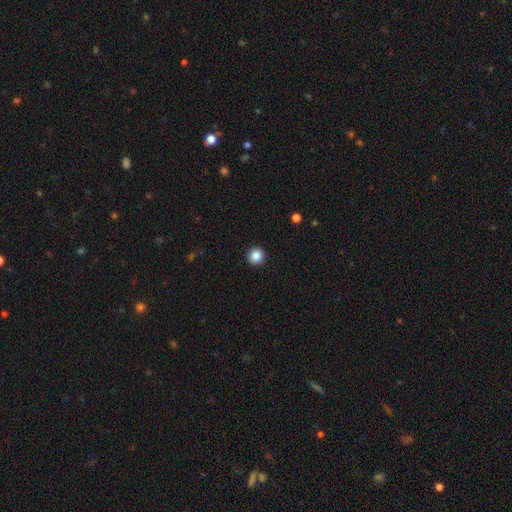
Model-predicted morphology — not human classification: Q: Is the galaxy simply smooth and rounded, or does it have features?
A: smooth — 86%.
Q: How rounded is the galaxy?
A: round — 96%.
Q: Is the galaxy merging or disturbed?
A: none — 94%.